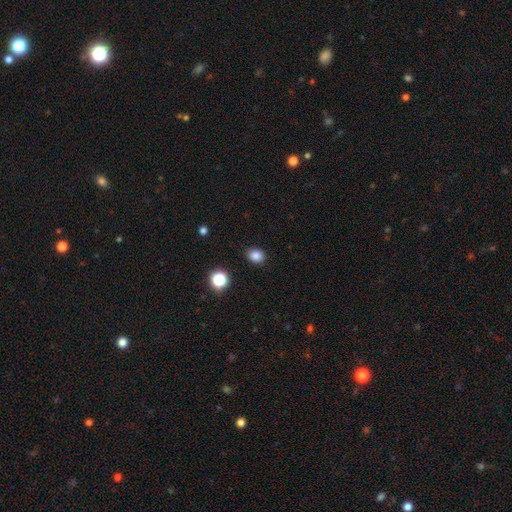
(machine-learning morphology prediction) This is clearly a smooth galaxy (84%). How rounded: possibly in between (52%). Merging: clearly none (87%).